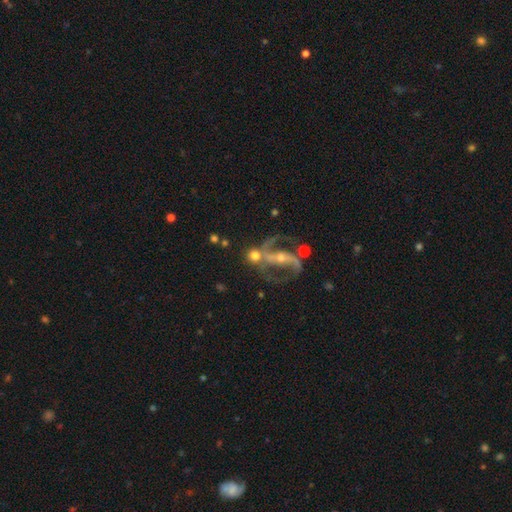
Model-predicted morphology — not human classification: Smooth or featured: featured or disk — 83% (smooth — 9%)
Edge-on disk: no — 95% (yes — 5%)
Bar: strong — 46% (weak — 29%)
Spiral arms: yes — 93% (no — 7%)
Spiral winding: loose — 47% (medium — 44%)
Spiral arm count: 2 — 90% (1 — 3%)
Bulge size: small — 51% (moderate — 42%)
Merging: none — 53% (merger — 18%)